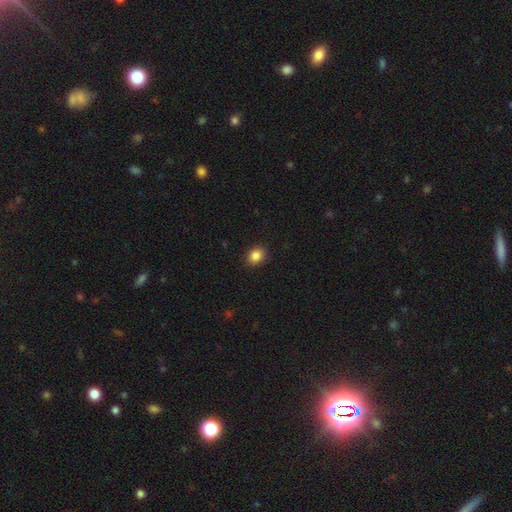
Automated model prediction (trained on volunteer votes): Morphology: type=smooth (86%); roundness=round (53%); merging=none (90%).